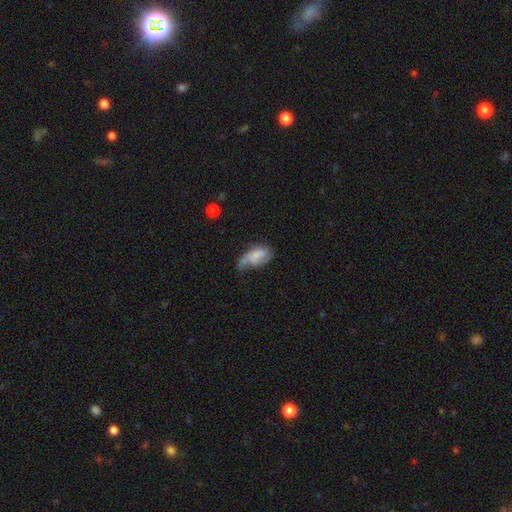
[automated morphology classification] Overall: smooth (65%; featured or disk 27%). How rounded: in between (91%). Merging: minor disturbance (38%; none 27%).